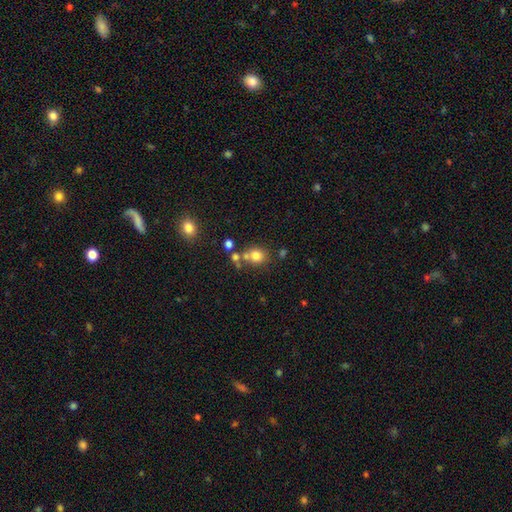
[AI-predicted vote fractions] A smooth galaxy with no disk features (76%) that is round (75%).

Vote fractions:
- Smooth or featured? smooth: 76% / star or artifact: 14% / featured or disk: 10%
- How rounded? round: 75% / in between: 24% / cigar-shaped: 1%
- Merging? none: 58% / merger: 25% / minor disturbance: 12% / major disturbance: 5%